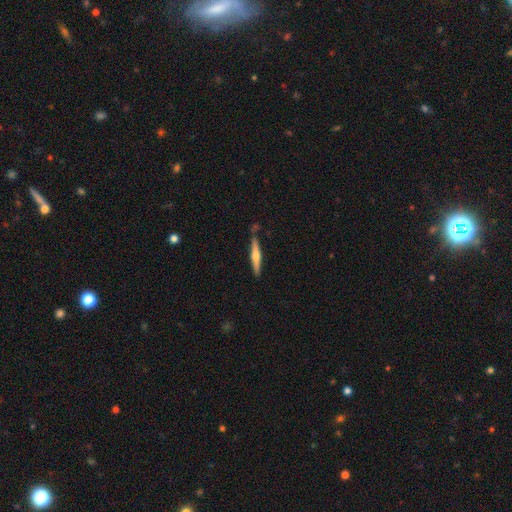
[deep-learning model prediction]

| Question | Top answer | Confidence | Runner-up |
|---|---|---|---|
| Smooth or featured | featured or disk | 53% | smooth (41%) |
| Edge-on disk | yes | 96% | no (4%) |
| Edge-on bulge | rounded | 82% | none (11%) |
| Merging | none | 80% | minor disturbance (13%) |